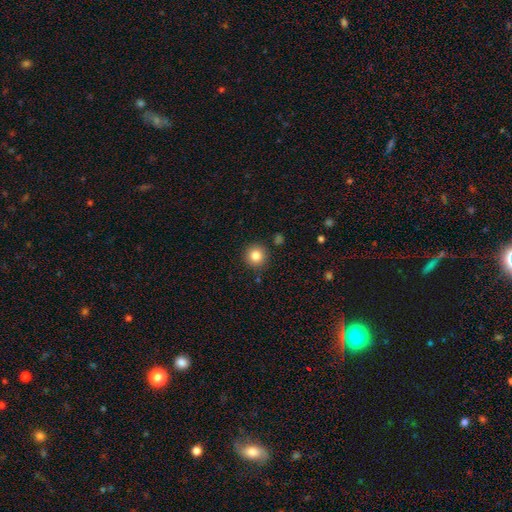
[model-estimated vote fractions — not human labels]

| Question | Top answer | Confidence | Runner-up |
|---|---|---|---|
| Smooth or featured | smooth | 83% | star or artifact (11%) |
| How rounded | round | 94% | in between (5%) |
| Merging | none | 89% | minor disturbance (7%) |